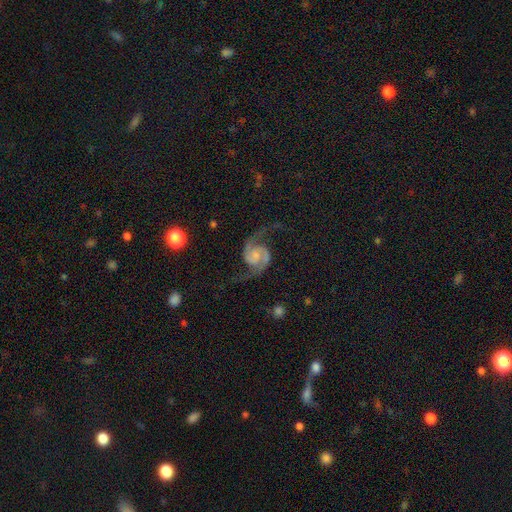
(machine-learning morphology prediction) Smooth or featured? featured or disk (92%)
Edge-on disk? no (98%)
Bar? no (58%)
Spiral arms? yes (98%)
Spiral winding? medium (47%)
Spiral arm count? 2 (95%)
Bulge size? small (46%)
Merging? none (75%)